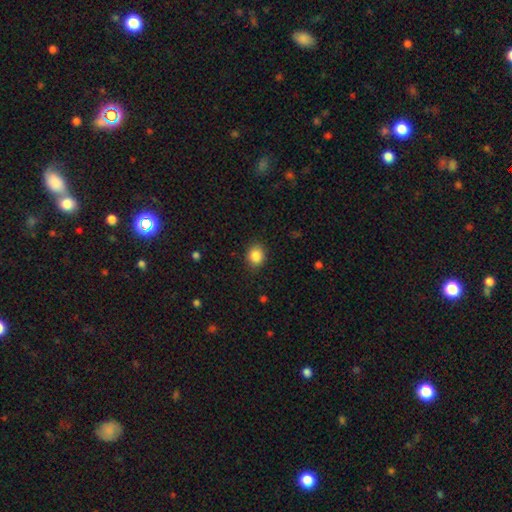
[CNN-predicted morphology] This appears to be a smooth galaxy with no disk features (86%) that is round (68%). Merging: none (87%).